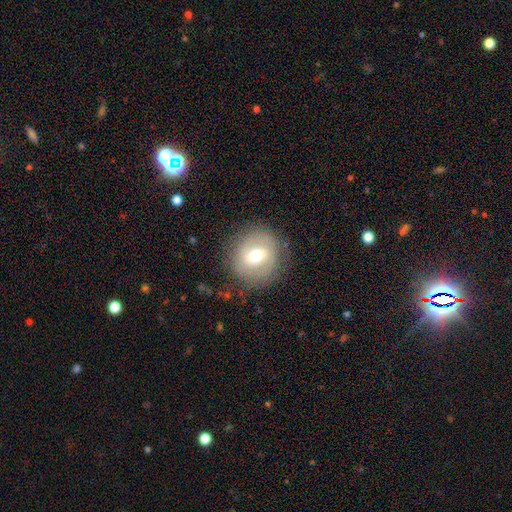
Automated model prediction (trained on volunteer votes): This is possibly a featured or disk galaxy (46%, tied with smooth). Merging: clearly none (80%).